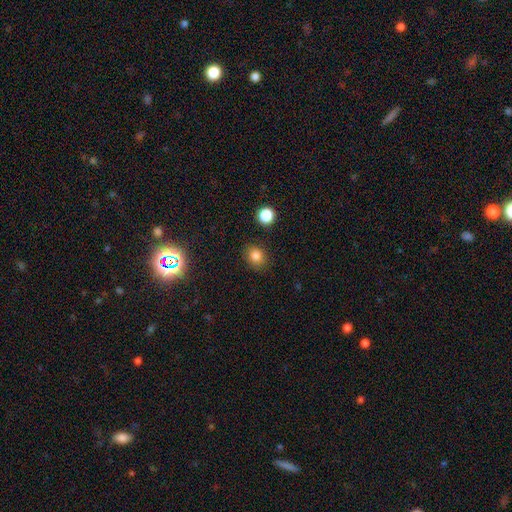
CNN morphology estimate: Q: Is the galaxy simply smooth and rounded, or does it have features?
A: smooth — 81%.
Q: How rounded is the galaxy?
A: round — 64%.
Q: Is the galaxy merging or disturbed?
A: none — 86%.